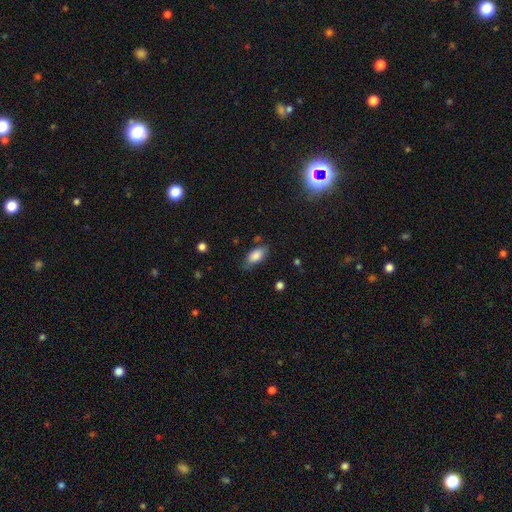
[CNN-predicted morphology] type=smooth (84%); roundness=in between (90%); merging=none (71%).